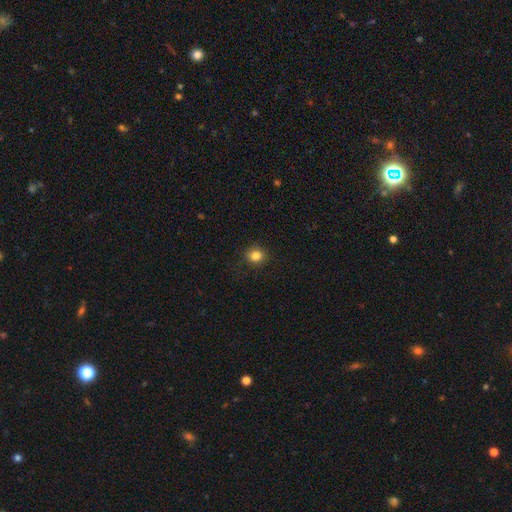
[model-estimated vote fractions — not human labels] smooth 84%, star or artifact 11%, featured or disk 5%. Down the decision tree: how rounded — round (85%); merging — none (88%).